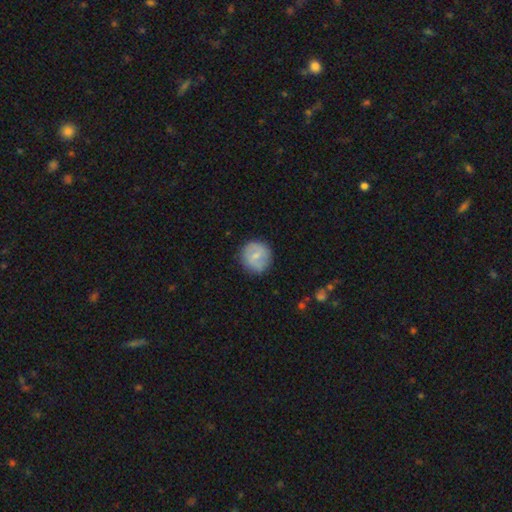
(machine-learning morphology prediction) A smooth galaxy with no disk features (59%) that is round (91%).

Vote fractions:
- Smooth or featured? smooth: 59% / featured or disk: 34% / star or artifact: 7%
- How rounded? round: 91% / in between: 7% / cigar-shaped: 1%
- Merging? none: 83% / minor disturbance: 12% / major disturbance: 3% / merger: 1%